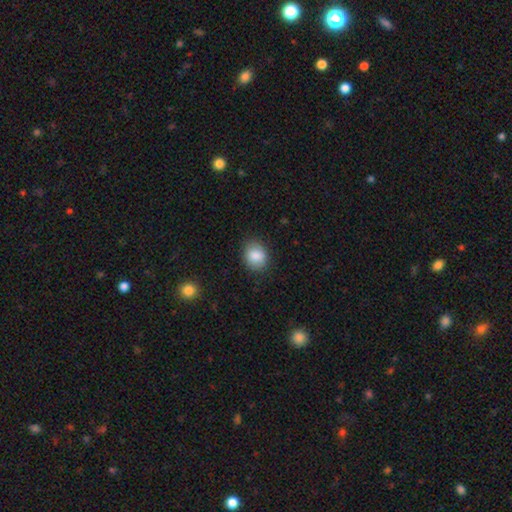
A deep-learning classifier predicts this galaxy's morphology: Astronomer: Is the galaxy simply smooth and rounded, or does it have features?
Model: smooth — 86%.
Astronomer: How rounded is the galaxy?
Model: round — 56% (runner-up: in between, 43%).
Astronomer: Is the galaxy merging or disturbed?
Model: none — 84%.